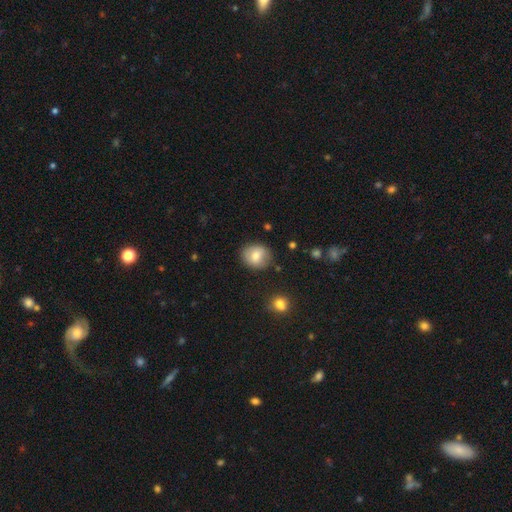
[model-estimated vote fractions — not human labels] A smooth galaxy with no disk features (75%) that is round (72%).

Vote fractions:
- Smooth or featured? smooth: 75% / featured or disk: 16% / star or artifact: 9%
- How rounded? round: 72% / in between: 28% / cigar-shaped: 1%
- Merging? none: 83% / minor disturbance: 12% / major disturbance: 3% / merger: 2%